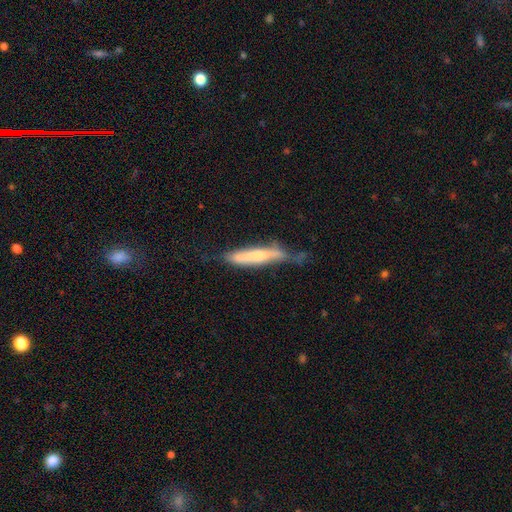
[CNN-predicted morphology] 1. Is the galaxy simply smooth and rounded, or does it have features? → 60% smooth, 33% featured or disk, 6% star or artifact.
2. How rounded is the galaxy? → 89% cigar-shaped, 10% in between, 1% round.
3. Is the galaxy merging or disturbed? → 47% none, 35% minor disturbance, 14% major disturbance, 4% merger.